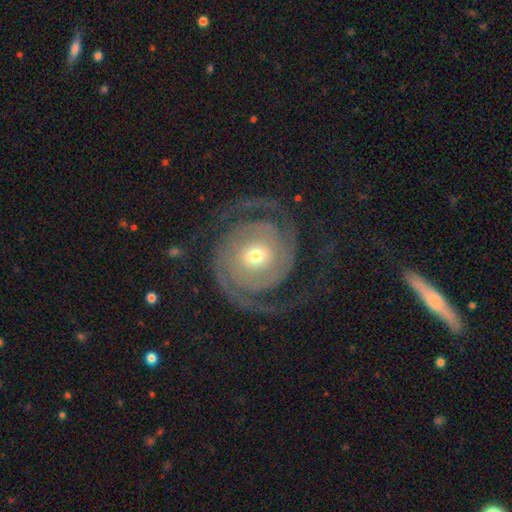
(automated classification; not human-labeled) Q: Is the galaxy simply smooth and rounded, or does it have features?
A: featured or disk — 91%.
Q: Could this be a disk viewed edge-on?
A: no — 98%.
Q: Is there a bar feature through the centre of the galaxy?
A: no — 73%.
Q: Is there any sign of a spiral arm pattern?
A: yes — 97%.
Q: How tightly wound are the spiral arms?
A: tight — 61%.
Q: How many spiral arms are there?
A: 2 — 88%.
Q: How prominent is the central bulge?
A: small — 48%.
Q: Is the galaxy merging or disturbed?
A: none — 76%.